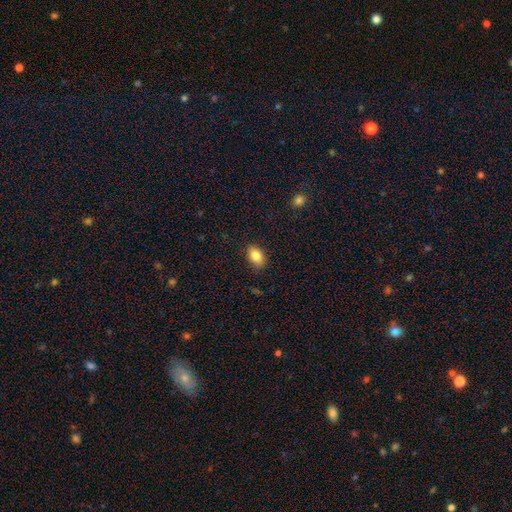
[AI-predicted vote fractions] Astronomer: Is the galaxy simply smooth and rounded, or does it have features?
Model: smooth — 85%.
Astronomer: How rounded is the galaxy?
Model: in between — 82%.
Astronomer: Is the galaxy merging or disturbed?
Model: none — 84%.